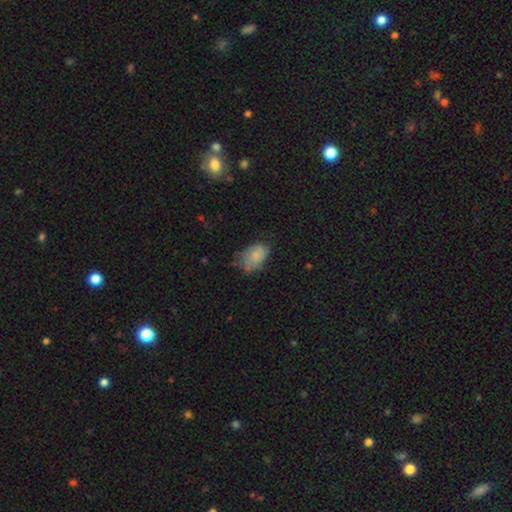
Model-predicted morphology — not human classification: smooth_or_featured: smooth (p=0.75) [alt: featured or disk p=0.16]
how_rounded: in between (p=0.86) [alt: round p=0.13]
merging: none (p=0.46) [alt: minor disturbance p=0.36]